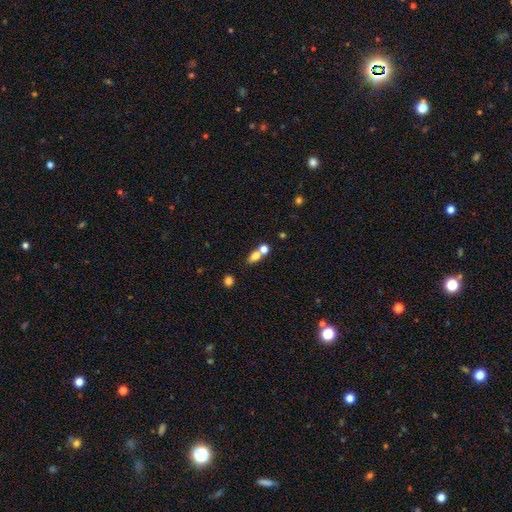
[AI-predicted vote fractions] Morphology: type=smooth (75%); roundness=in between (66%); merging=merger (49%).